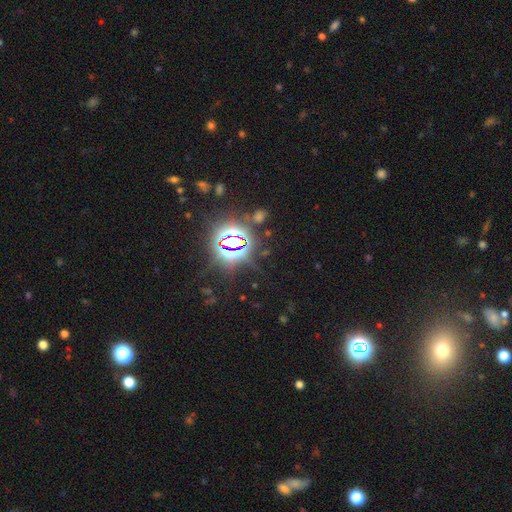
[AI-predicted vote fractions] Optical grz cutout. It shows a star or artifact, not a galaxy (83%).